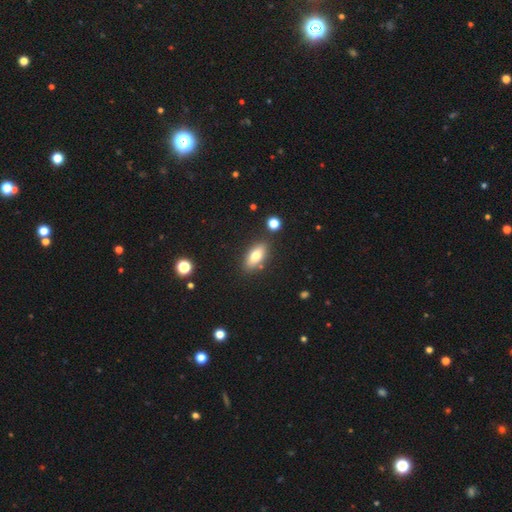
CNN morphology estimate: Smooth or featured: smooth — 73% (featured or disk — 19%)
How rounded: in between — 83% (cigar-shaped — 13%)
Merging: none — 83% (minor disturbance — 10%)